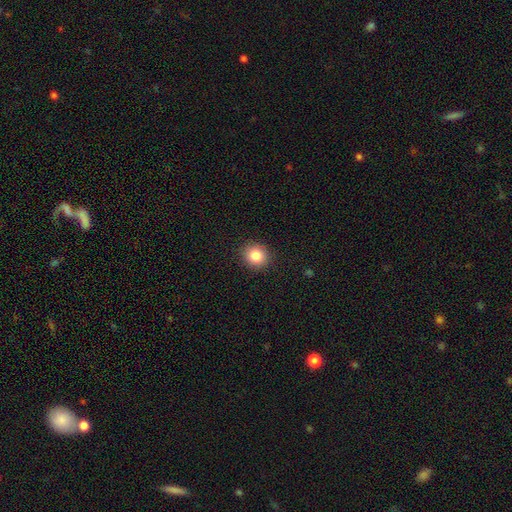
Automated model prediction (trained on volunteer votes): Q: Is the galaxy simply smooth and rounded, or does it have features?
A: smooth — 84%.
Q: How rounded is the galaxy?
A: round — 85%.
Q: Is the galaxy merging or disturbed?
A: none — 91%.